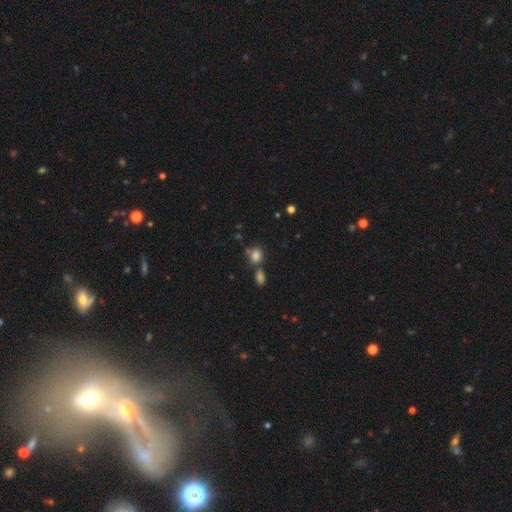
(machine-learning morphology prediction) A smooth galaxy with no disk features (81%) that is round (56%).

Vote fractions:
- Smooth or featured? smooth: 81% / star or artifact: 13% / featured or disk: 7%
- How rounded? round: 56% / in between: 42% / cigar-shaped: 2%
- Merging? none: 53% / merger: 29% / minor disturbance: 13% / major disturbance: 5%